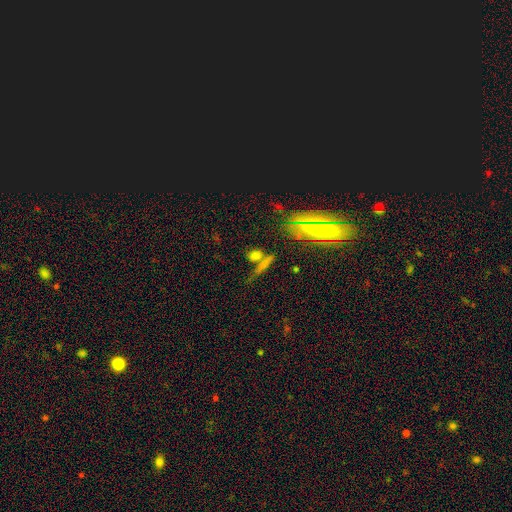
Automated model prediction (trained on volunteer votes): Smooth or featured? Predicted: smooth (p=0.63). How rounded? Predicted: cigar-shaped (p=0.42). Merging? Predicted: none (p=0.54).